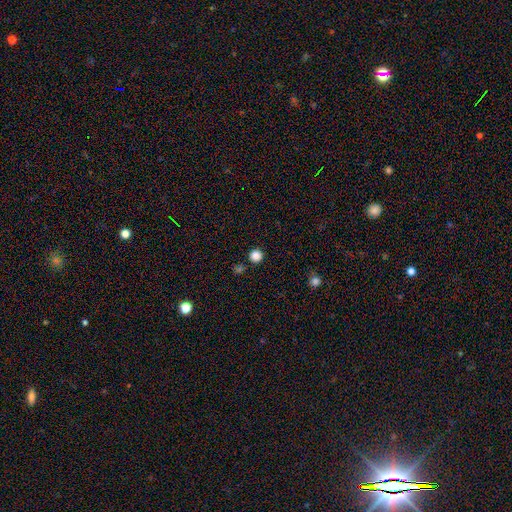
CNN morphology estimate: smooth_or_featured: smooth (p=0.84) [alt: star or artifact p=0.12]
how_rounded: round (p=0.95) [alt: in between p=0.04]
merging: none (p=0.87) [alt: minor disturbance p=0.06]